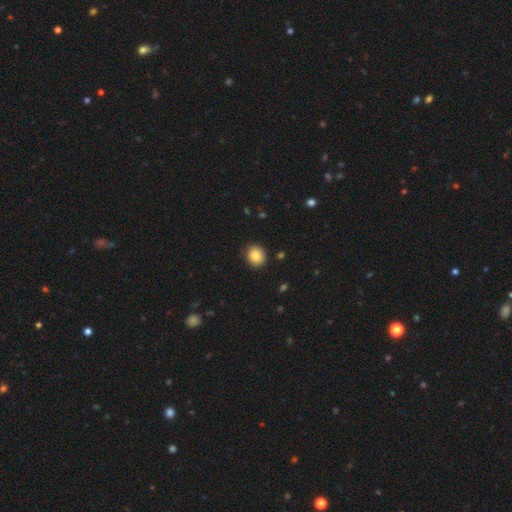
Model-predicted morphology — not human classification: smooth_or_featured: smooth (p=0.86) [alt: star or artifact p=0.09]
how_rounded: round (p=0.72) [alt: in between p=0.27]
merging: none (p=0.86) [alt: minor disturbance p=0.10]